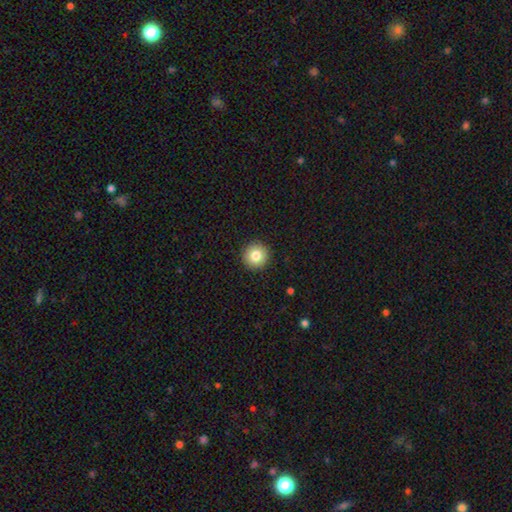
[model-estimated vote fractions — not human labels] This appears to be a smooth galaxy with no disk features (82%) that is round (96%). Merging: none (93%).